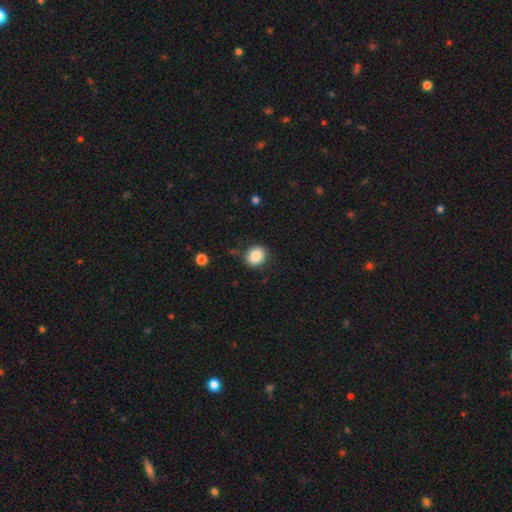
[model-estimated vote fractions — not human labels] smooth 83%, star or artifact 9%, featured or disk 8%. Down the decision tree: how rounded — round (76%); merging — none (85%).